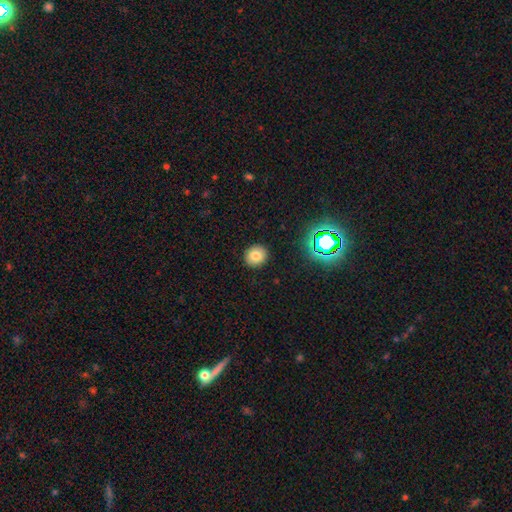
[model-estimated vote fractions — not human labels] smooth-or-featured: smooth: 79% | star or artifact: 14% | featured or disk: 8%
  how-rounded: round: 87% | in between: 12% | cigar-shaped: 1%
  merging: none: 91% | minor disturbance: 6% | major disturbance: 2% | merger: 1%